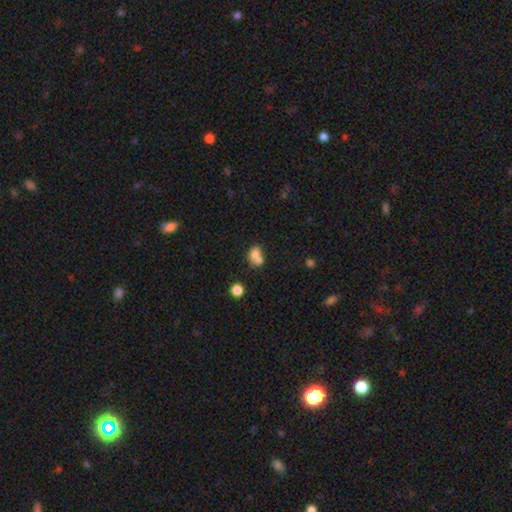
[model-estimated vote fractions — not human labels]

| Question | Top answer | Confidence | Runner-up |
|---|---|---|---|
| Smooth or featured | smooth | 72% | featured or disk (17%) |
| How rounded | in between | 52% | round (46%) |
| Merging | merger | 61% | none (25%) |